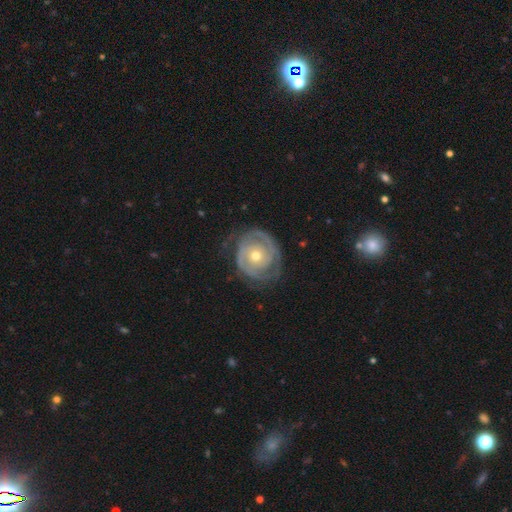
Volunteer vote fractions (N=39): A featured or disk galaxy (87%) with no bar (88%), 2 (57%) tight (50%) spiral arms (94%) and a moderate central bulge (53%). Merging: none (71%).